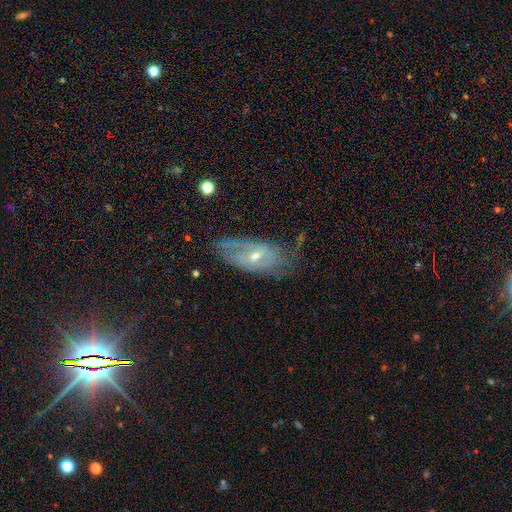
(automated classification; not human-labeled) This appears to be a featured or disk galaxy (77%) with a weak bar (44%), can't tell (40%, tied with 2) tight (49%) spiral arms (82%) and a moderate central bulge (51%). Merging: none (61%).